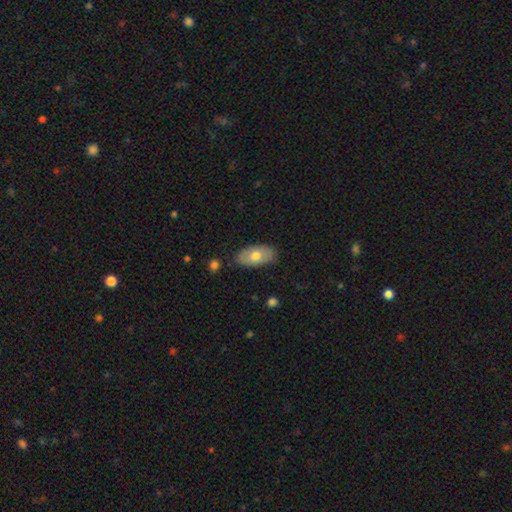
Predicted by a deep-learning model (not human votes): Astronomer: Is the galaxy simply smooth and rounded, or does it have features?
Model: smooth — 68%.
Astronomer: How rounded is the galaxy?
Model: in between — 94%.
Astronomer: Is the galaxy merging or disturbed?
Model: none — 82%.